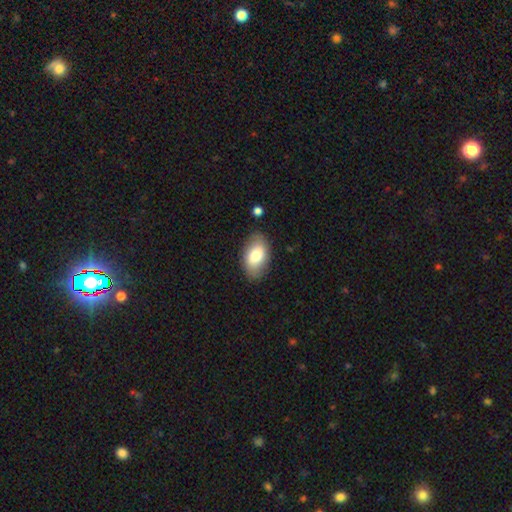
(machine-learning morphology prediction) Overall: smooth (78%). How rounded: in between (93%). Merging: none (83%).